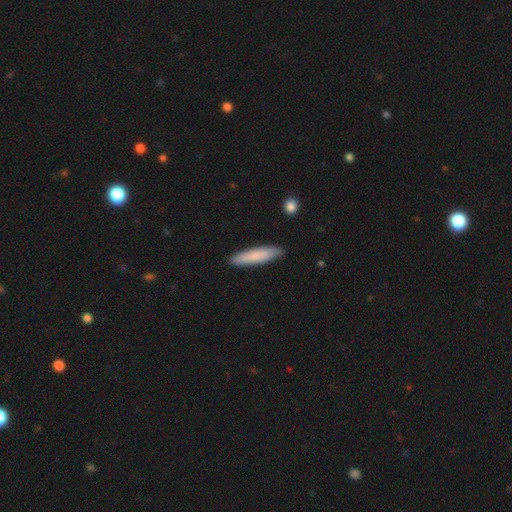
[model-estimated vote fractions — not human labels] smooth-or-featured: smooth: 82% | featured or disk: 13% | star or artifact: 6%
  how-rounded: cigar-shaped: 84% | in between: 14% | round: 1%
  merging: none: 88% | minor disturbance: 9% | major disturbance: 2% | merger: 1%